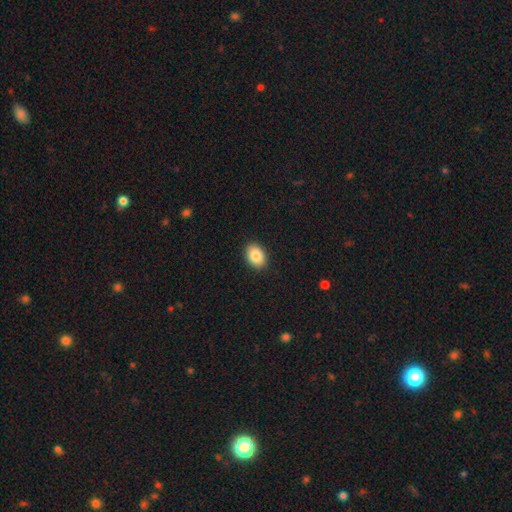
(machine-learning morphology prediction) Smooth or featured? smooth (86%)
How rounded? in between (79%)
Merging? none (90%)